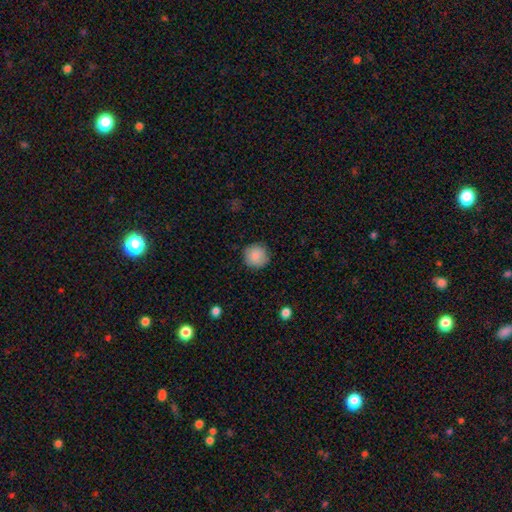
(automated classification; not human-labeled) Morphology: type=smooth (87%); roundness=round (94%); merging=none (86%).